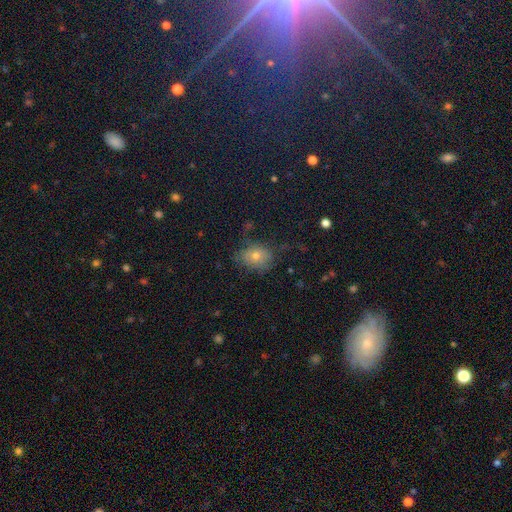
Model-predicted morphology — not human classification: smooth_or_featured: smooth (p=0.70) [alt: featured or disk p=0.17]
how_rounded: in between (p=0.54) [alt: round p=0.44]
merging: none (p=0.63) [alt: minor disturbance p=0.23]